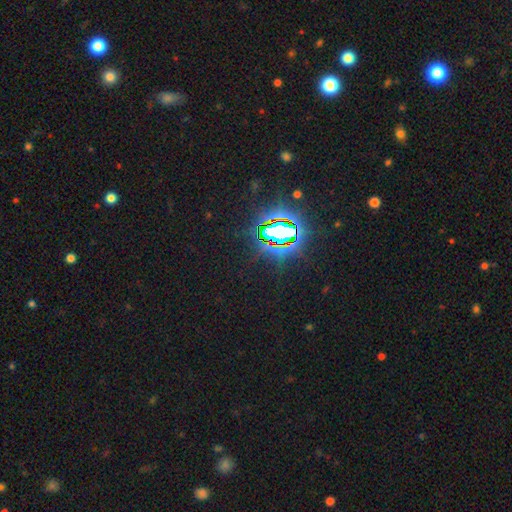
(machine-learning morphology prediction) Smooth or featured: star or artifact — 84% (smooth — 10%)